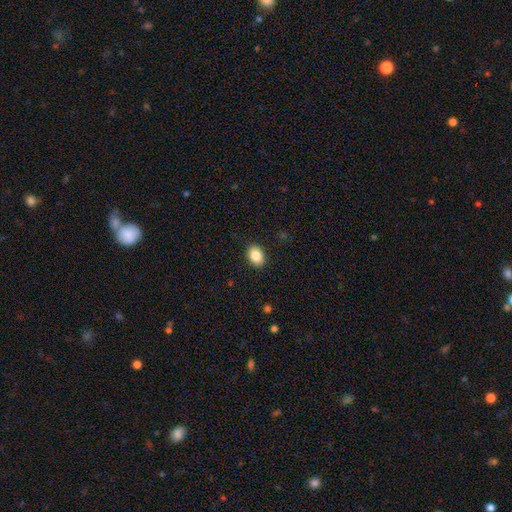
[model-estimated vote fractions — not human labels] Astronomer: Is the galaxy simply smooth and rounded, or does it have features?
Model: smooth — 86%.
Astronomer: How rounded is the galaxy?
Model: in between — 76%.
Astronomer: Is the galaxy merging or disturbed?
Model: none — 89%.